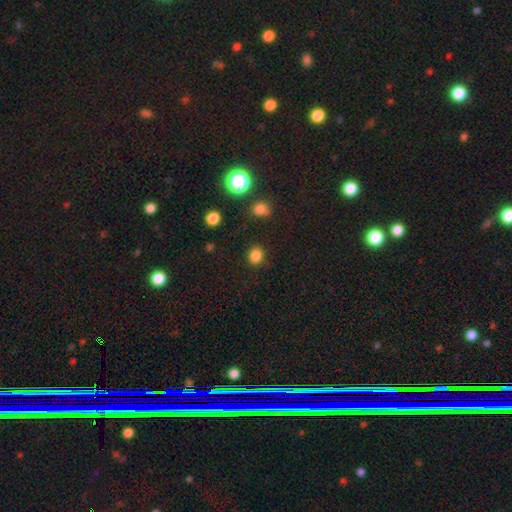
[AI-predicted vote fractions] Smooth or featured: smooth — 83% (star or artifact — 14%)
How rounded: round — 77% (in between — 22%)
Merging: none — 88% (minor disturbance — 8%)